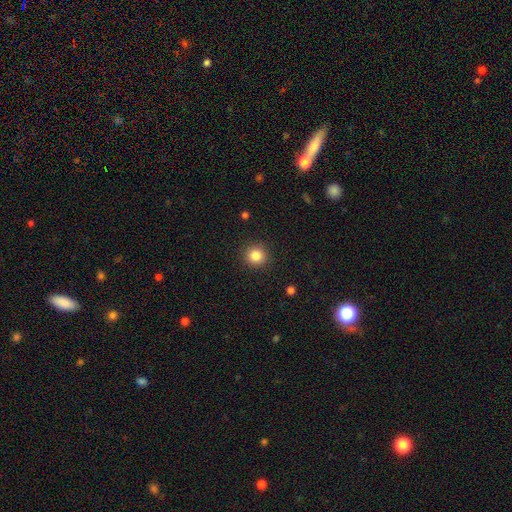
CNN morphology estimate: This is clearly a smooth galaxy (84%). How rounded: clearly round (94%). Merging: clearly none (91%).